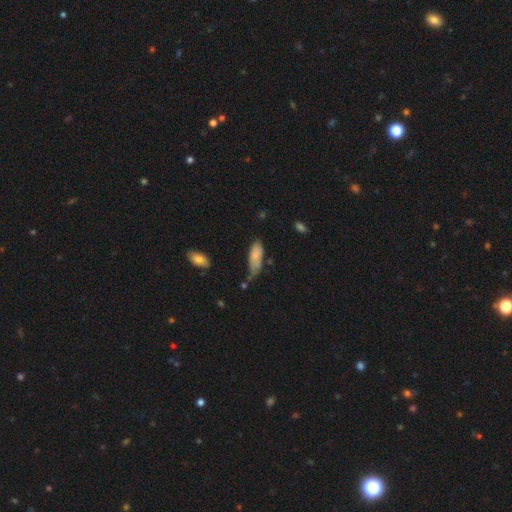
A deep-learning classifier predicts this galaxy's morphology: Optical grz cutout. It shows a smooth galaxy with no disk features (81%) that is in between round and cigar-shaped (73%). Merging: minor disturbance (43%).